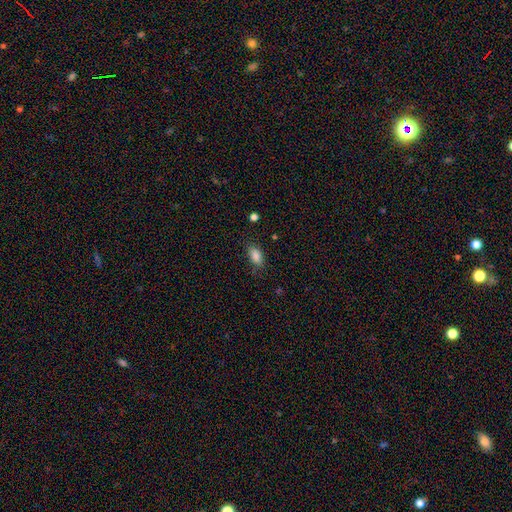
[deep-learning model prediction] This is clearly a smooth galaxy (87%). How rounded: clearly in between (89%). Merging: likely none (78%).